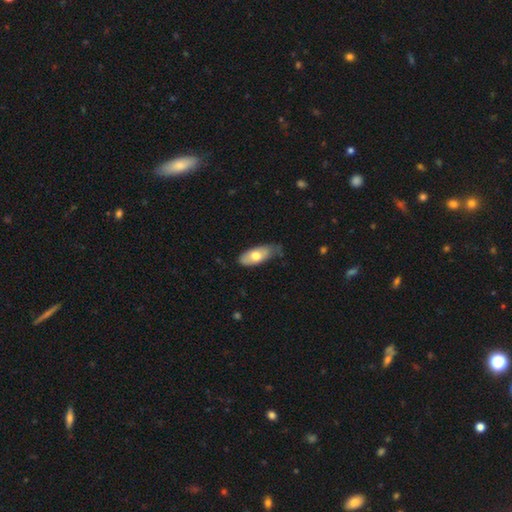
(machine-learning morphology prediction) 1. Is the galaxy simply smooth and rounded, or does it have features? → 68% smooth, 26% featured or disk, 6% star or artifact.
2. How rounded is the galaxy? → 85% in between, 13% cigar-shaped, 3% round.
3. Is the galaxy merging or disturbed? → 53% none, 37% minor disturbance, 8% major disturbance, 2% merger.